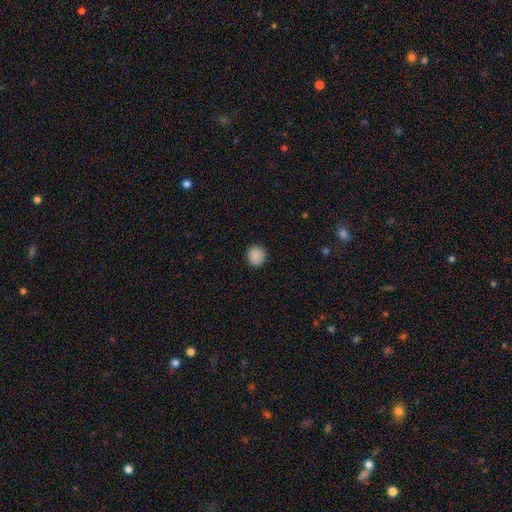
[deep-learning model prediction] smooth 88%, star or artifact 9%, featured or disk 3%. Down the decision tree: how rounded — round (88%); merging — none (89%).